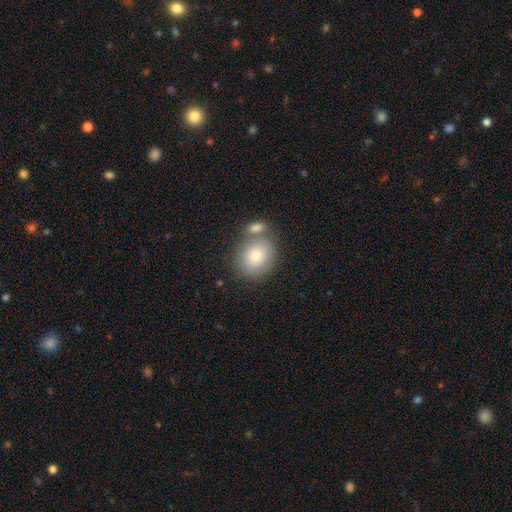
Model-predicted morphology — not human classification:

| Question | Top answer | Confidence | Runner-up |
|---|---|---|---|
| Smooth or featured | smooth | 78% | featured or disk (14%) |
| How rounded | round | 60% | in between (39%) |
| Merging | none | 57% | merger (27%) |